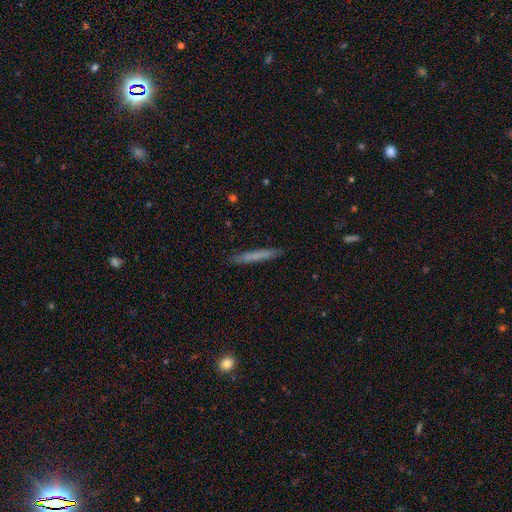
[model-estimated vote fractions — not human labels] This appears to be a smooth galaxy with no disk features (69%) that is cigar-shaped (96%). Merging: none (89%).